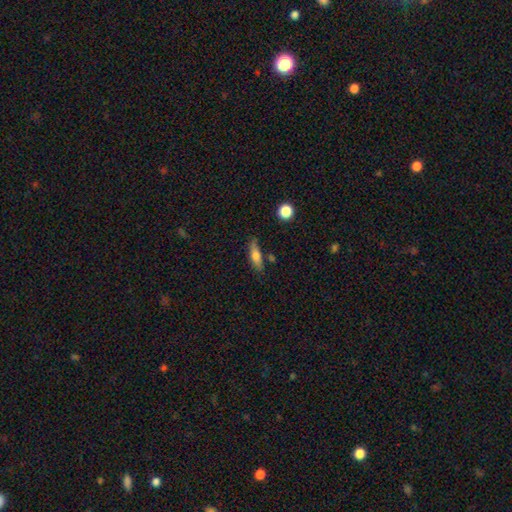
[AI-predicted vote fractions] Overall: smooth (62%; featured or disk 30%). How rounded: cigar-shaped (57%; in between 39%). Merging: none (71%).